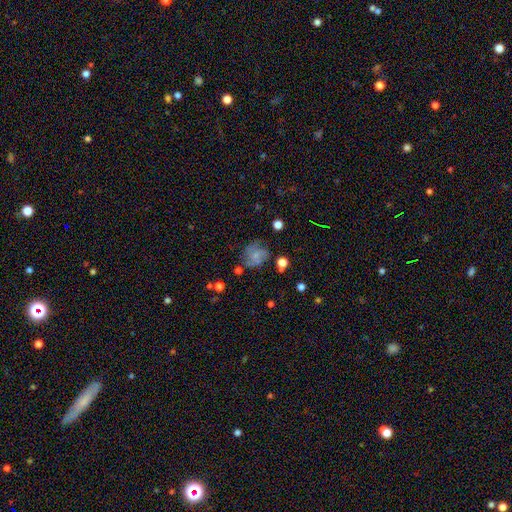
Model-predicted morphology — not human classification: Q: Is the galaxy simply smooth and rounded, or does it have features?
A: smooth — 53%.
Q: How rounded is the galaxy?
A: round — 72%.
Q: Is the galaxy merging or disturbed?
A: none — 55%.